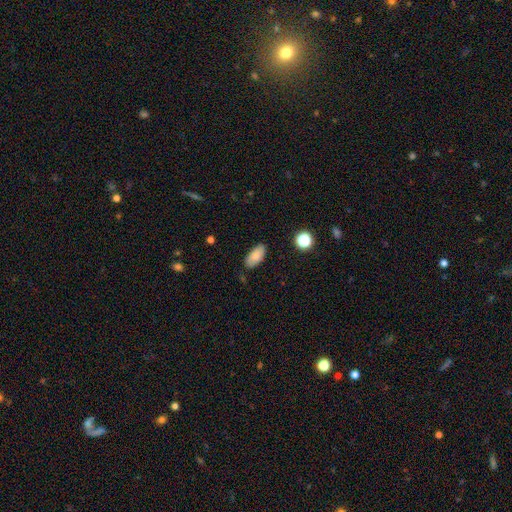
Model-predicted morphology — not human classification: Overall: smooth (84%). How rounded: in between (91%). Merging: none (82%).